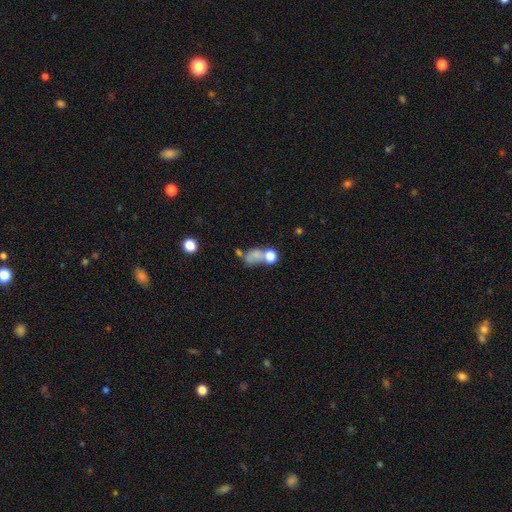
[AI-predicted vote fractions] The model was most divided on "merging": merger: 45%, none: 25%, major disturbance: 16%, minor disturbance: 13%. More confident: smooth or featured — smooth (65%); how rounded — in between (59%).